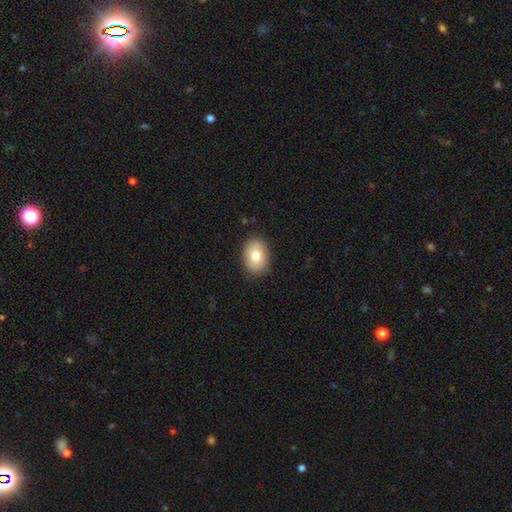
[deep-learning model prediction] Overall: smooth (79%). How rounded: in between (78%). Merging: none (87%).